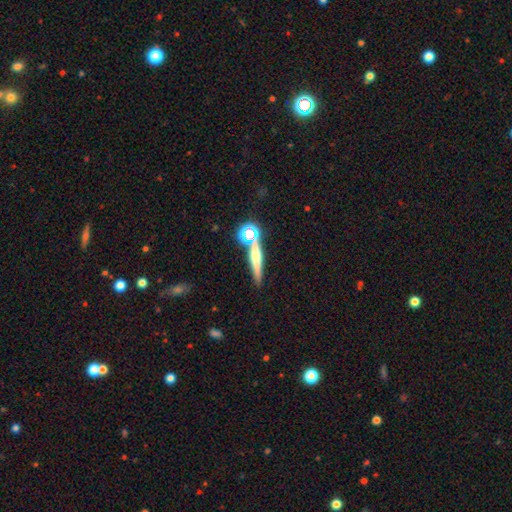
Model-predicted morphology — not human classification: Smooth or featured? smooth (42%)
Merging? none (74%)